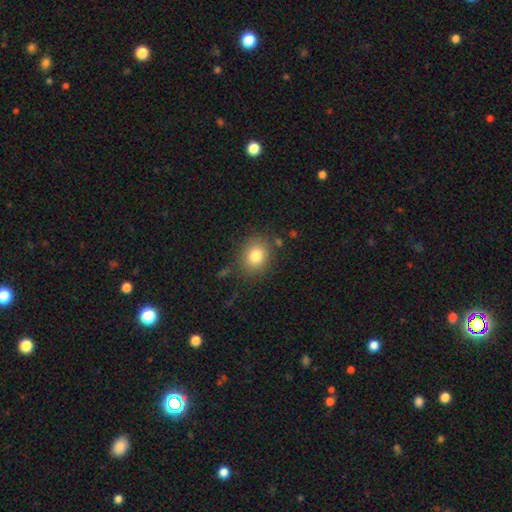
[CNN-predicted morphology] This is clearly a smooth galaxy (82%). How rounded: likely round (66%). Merging: clearly none (82%).